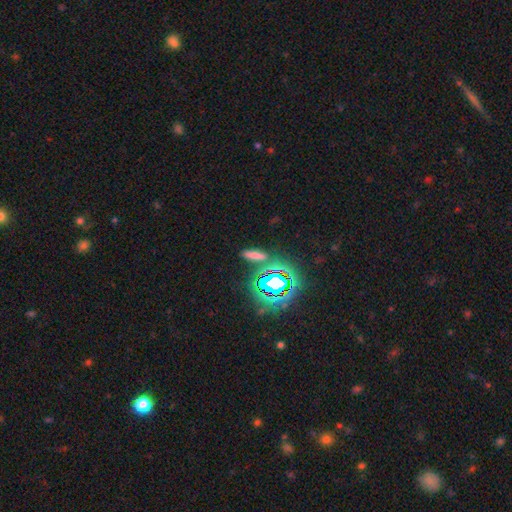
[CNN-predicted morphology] This appears to be a smooth galaxy with no disk features (55%) that is cigar-shaped (58%). Merging: none (79%).